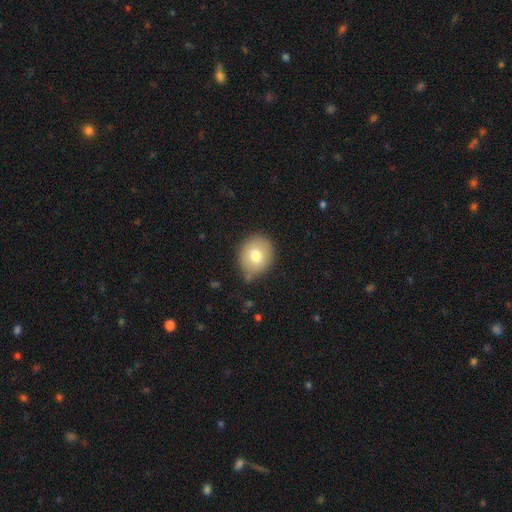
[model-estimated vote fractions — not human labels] The model was most divided on "how rounded": round: 67%, in between: 32%, cigar-shaped: 1%. More confident: smooth or featured — smooth (74%); merging — none (68%).